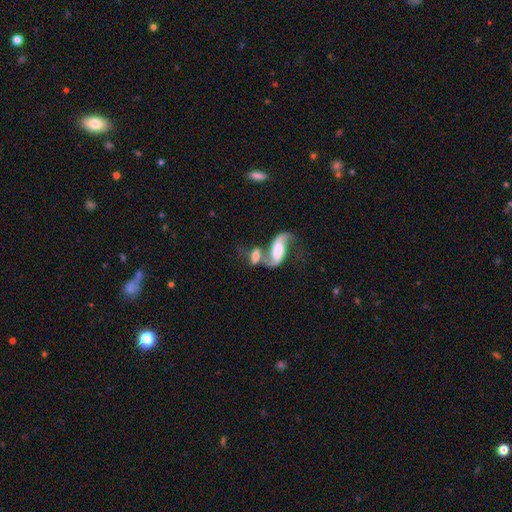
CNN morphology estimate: This appears to be a featured or disk galaxy (61%) with no bar (48%), spiral arms (83%) and a large central bulge (26%). Merging: merger (63%).